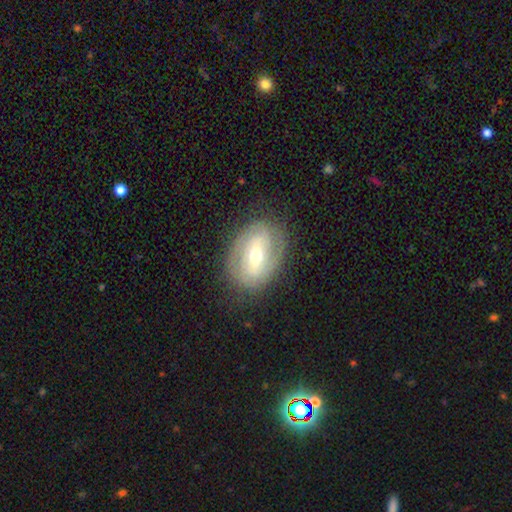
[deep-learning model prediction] This is likely a featured or disk galaxy (73%). It is clearly not viewed edge-on (94%). Bar: marginally weak (40%). Spiral arm pattern: likely yes (77%). Spiral arm count: possibly 2 (60%). Spiral winding: possibly tight (54%). Central bulge: likely moderate (65%). Merging: likely none (77%).